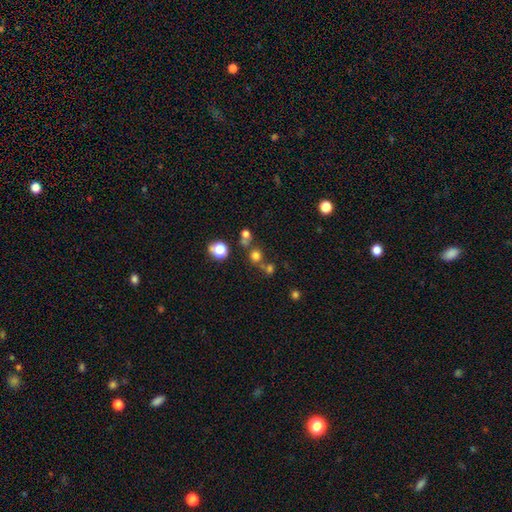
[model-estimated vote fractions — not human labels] Smooth or featured? smooth (67%)
How rounded? round (89%)
Merging? none (59%)